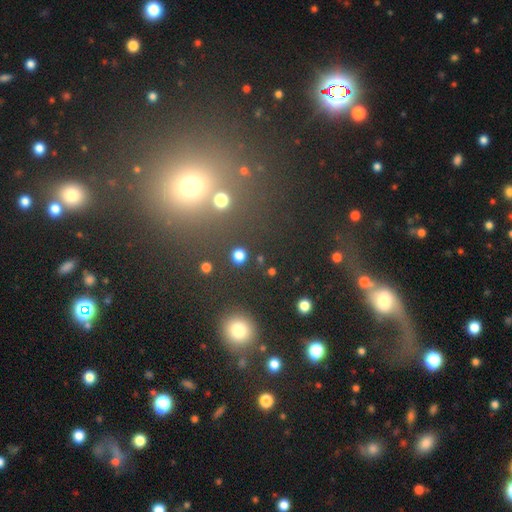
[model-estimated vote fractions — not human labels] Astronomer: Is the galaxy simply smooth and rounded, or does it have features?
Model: smooth — 45% (runner-up: star or artifact, 39%).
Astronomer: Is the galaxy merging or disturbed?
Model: none — 64%.